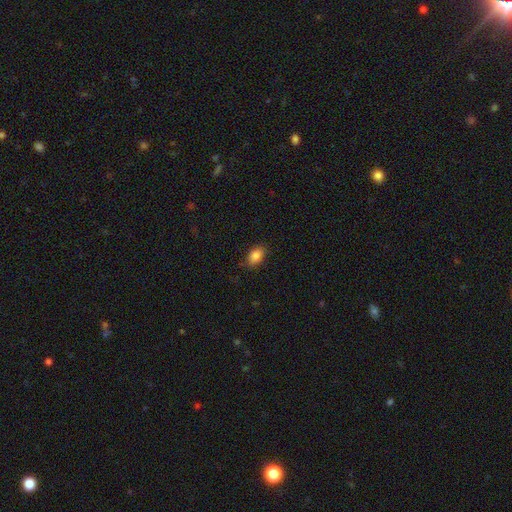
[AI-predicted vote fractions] A smooth galaxy with no disk features (86%) that is in between round and cigar-shaped (83%). Merging: none (82%).